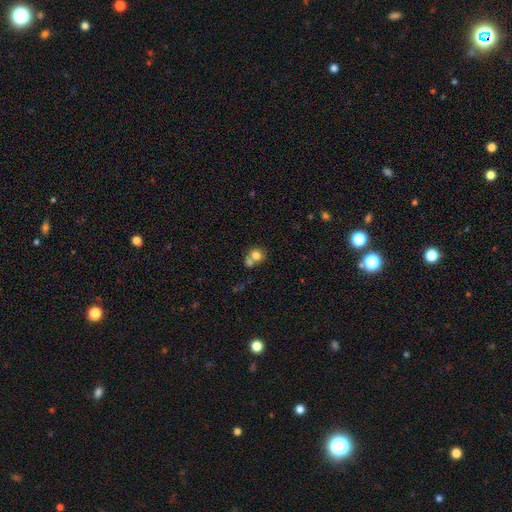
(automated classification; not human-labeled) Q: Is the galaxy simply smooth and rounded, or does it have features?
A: smooth — 77%.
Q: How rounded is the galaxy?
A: round — 77%.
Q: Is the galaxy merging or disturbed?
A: merger — 53%.